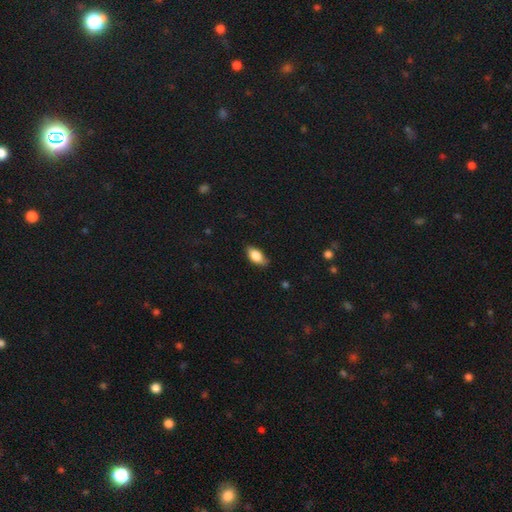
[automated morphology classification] Smooth or featured? smooth (80%)
How rounded? in between (89%)
Merging? none (78%)